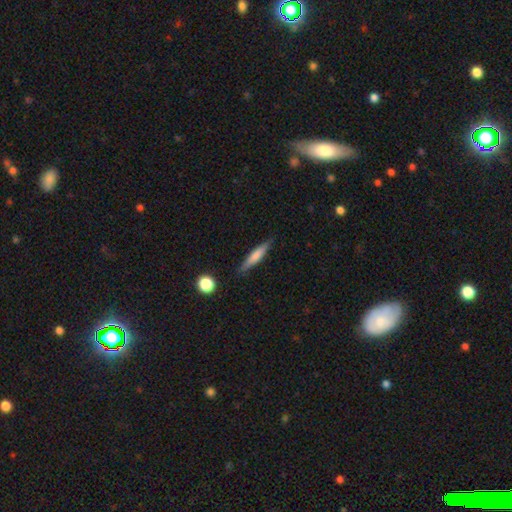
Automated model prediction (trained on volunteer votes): smooth-or-featured: smooth: 64% | featured or disk: 30% | star or artifact: 6%
  how-rounded: cigar-shaped: 88% | in between: 10% | round: 2%
  merging: none: 86% | minor disturbance: 10% | major disturbance: 2% | merger: 2%